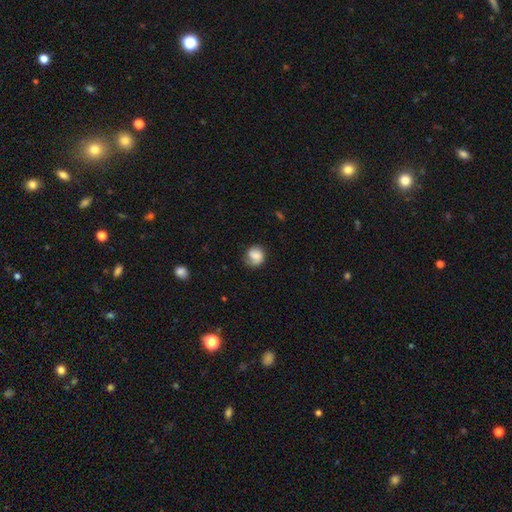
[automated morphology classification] smooth 65%, featured or disk 26%, star or artifact 9%. Down the decision tree: how rounded — round (78%); merging — none (63%).